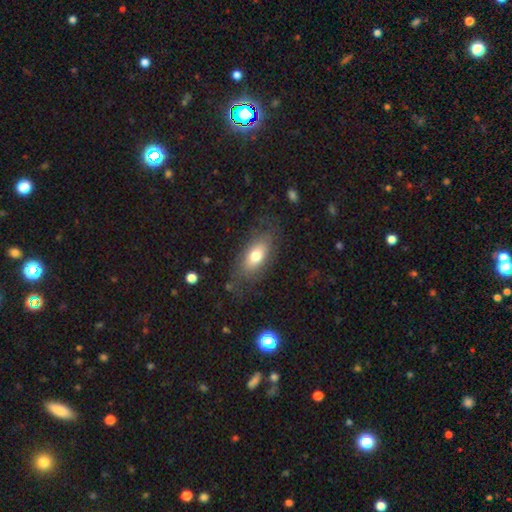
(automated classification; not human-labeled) Q: Smooth or featured?
A: smooth (65%); runner-up: featured or disk (28%)
Q: How rounded?
A: in between (84%); runner-up: cigar-shaped (11%)
Q: Merging?
A: none (72%); runner-up: minor disturbance (18%)